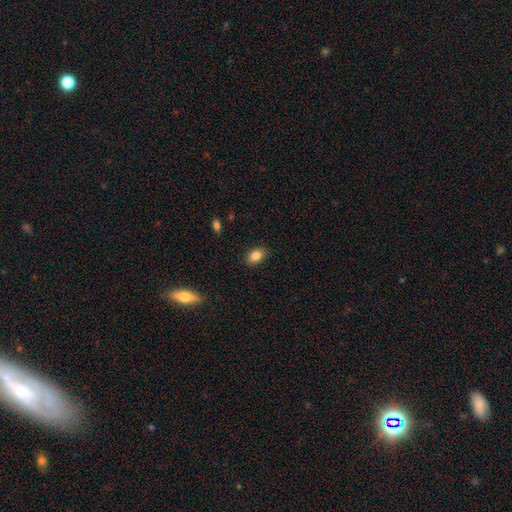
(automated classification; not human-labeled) This appears to be a smooth galaxy with no disk features (85%) that is in between round and cigar-shaped (83%). Merging: none (88%).